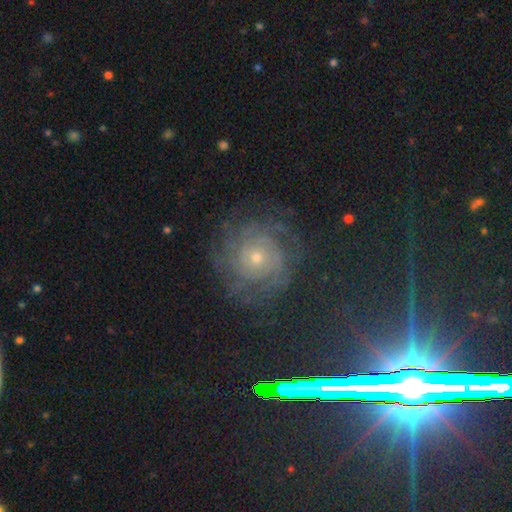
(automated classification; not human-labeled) Overall: featured or disk (71%). Edge-on disk: no (97%). Bar: no (82%). Spiral arms: yes (94%). Spiral arm count: can't tell (41%; 3 14%). Spiral winding: tight (72%). Bulge size: small (68%). Merging: none (77%).